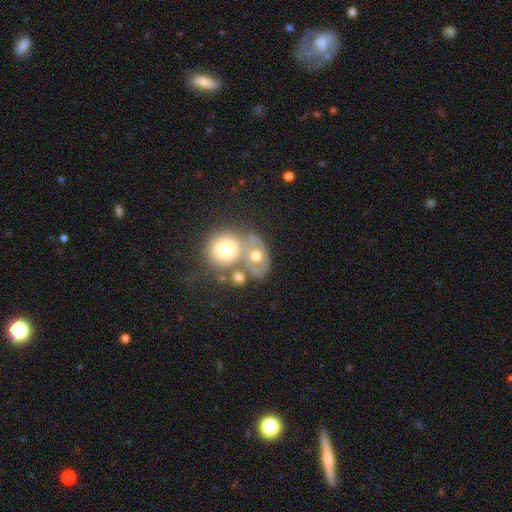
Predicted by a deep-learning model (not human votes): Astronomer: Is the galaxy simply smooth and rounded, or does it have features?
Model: smooth — 53% (runner-up: featured or disk, 37%).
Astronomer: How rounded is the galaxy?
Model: round — 52% (runner-up: in between, 46%).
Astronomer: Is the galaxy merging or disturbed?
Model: merger — 49% (runner-up: none, 31%).